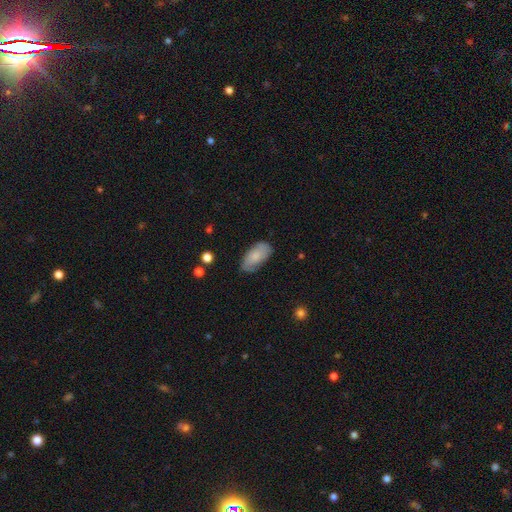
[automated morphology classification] Overall: smooth (74%). How rounded: in between (93%). Merging: none (69%).